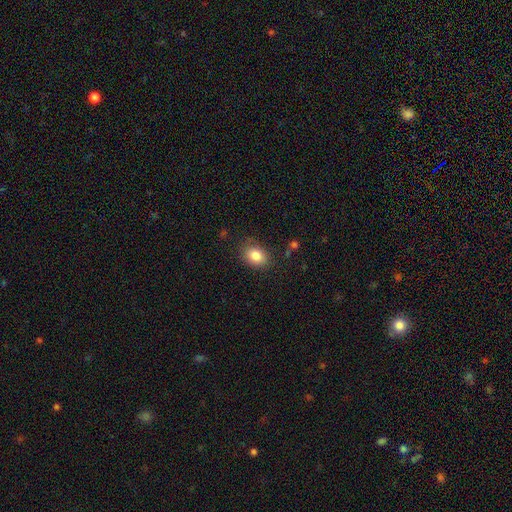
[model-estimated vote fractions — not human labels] Smooth or featured?
  - smooth: 84% *
  - star or artifact: 9%
  - featured or disk: 7%
How rounded?
  - in between: 67% *
  - round: 32%
  - cigar-shaped: 1%
Merging?
  - none: 82% *
  - minor disturbance: 13%
  - major disturbance: 3%
  - merger: 2%